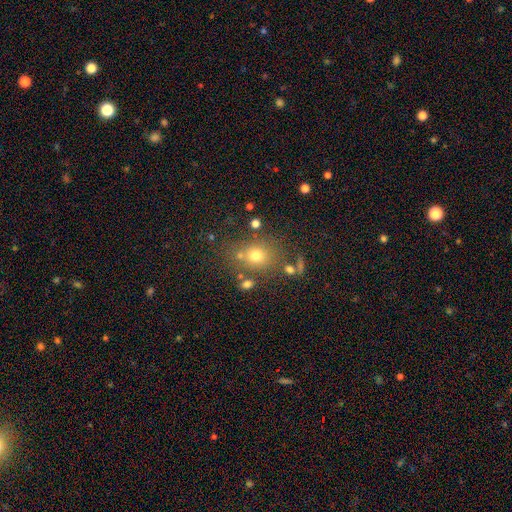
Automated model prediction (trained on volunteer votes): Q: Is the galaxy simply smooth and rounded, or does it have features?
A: smooth — 69%.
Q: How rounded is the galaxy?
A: round — 71%.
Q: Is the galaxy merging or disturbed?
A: none — 68%.